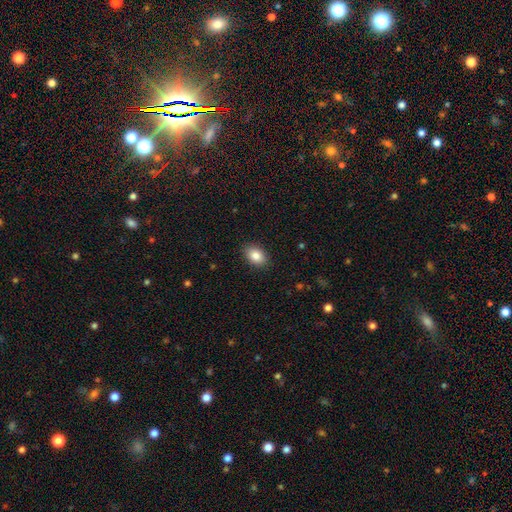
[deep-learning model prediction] smooth-or-featured: smooth: 86% | star or artifact: 8% | featured or disk: 6%
  how-rounded: in between: 82% | round: 16% | cigar-shaped: 1%
  merging: none: 89% | minor disturbance: 8% | major disturbance: 2% | merger: 1%